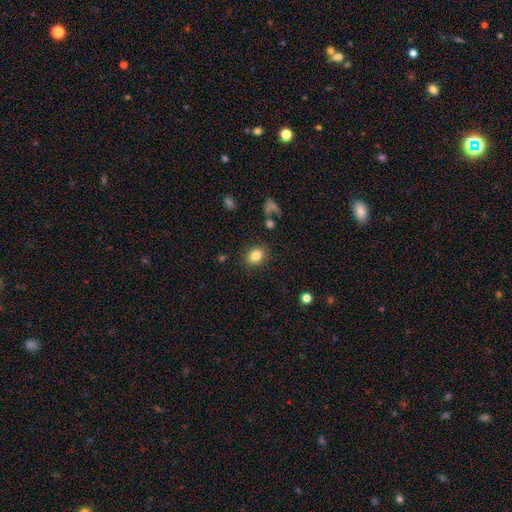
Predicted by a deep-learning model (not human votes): A smooth galaxy with no disk features (83%) that is round (51%).

Vote fractions:
- Smooth or featured? smooth: 83% / star or artifact: 10% / featured or disk: 7%
- How rounded? round: 51% / in between: 48% / cigar-shaped: 1%
- Merging? none: 85% / minor disturbance: 10% / major disturbance: 3% / merger: 2%